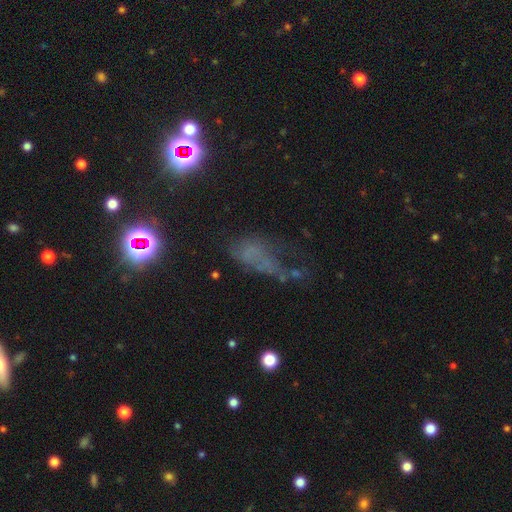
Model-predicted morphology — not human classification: This is marginally a star or artifact rather than a galaxy (36%).